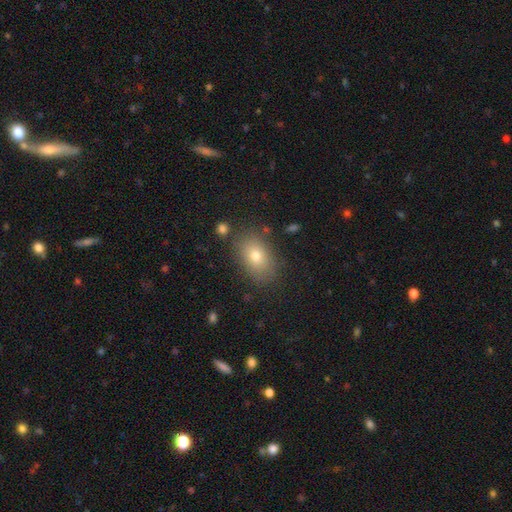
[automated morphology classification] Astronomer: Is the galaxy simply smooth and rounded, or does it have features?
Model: smooth — 75%.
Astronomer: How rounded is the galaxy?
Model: in between — 84%.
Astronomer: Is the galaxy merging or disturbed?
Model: none — 82%.